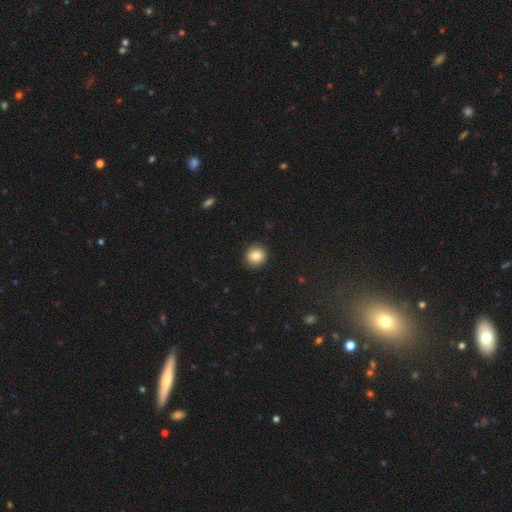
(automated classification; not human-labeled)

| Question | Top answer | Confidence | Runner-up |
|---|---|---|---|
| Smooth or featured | smooth | 84% | star or artifact (10%) |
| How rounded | round | 87% | in between (12%) |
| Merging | none | 90% | minor disturbance (7%) |